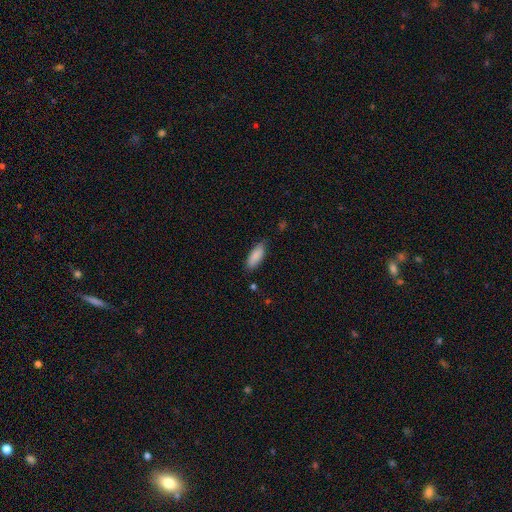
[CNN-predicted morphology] smooth 88%, star or artifact 6%, featured or disk 6%. Down the decision tree: how rounded — in between (73%); merging — none (79%).